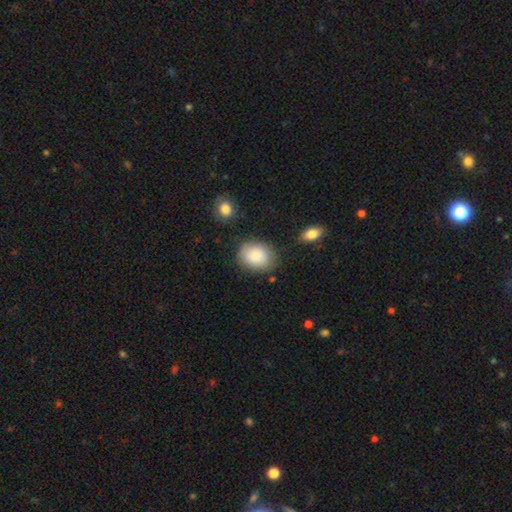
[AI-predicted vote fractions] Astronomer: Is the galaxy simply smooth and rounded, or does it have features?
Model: smooth — 85%.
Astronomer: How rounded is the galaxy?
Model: in between — 56% (runner-up: round, 43%).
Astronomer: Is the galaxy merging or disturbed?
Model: none — 77%.